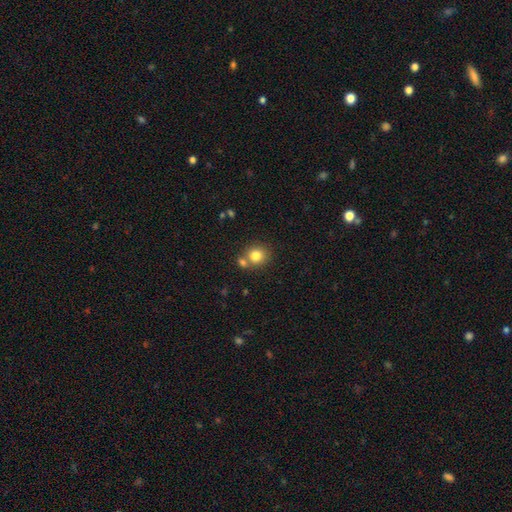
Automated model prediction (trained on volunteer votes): A smooth galaxy with no disk features (81%) that is round (85%). Merging: none (62%).